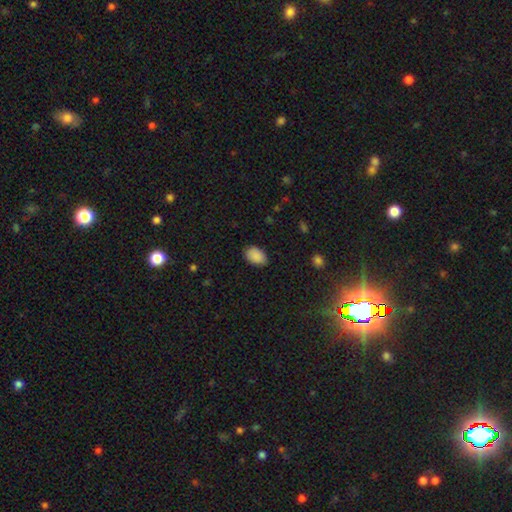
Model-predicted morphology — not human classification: Smooth or featured: smooth — 89% (star or artifact — 7%)
How rounded: in between — 87% (round — 12%)
Merging: none — 83% (minor disturbance — 14%)